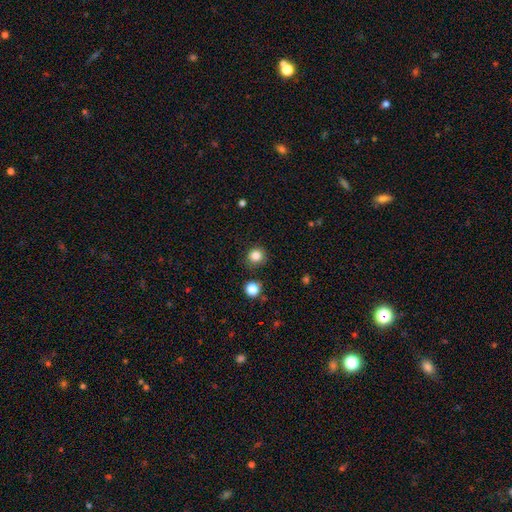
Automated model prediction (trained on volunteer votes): Smooth or featured? Predicted: smooth (p=0.84). How rounded? Predicted: round (p=0.89). Merging? Predicted: none (p=0.88).